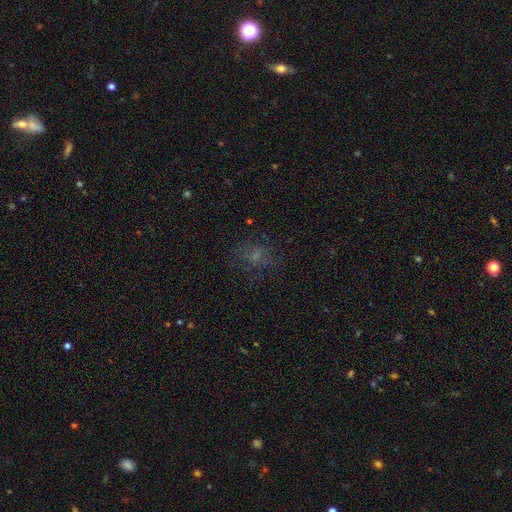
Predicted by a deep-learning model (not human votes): Smooth or featured? smooth (48%)
Merging? none (66%)